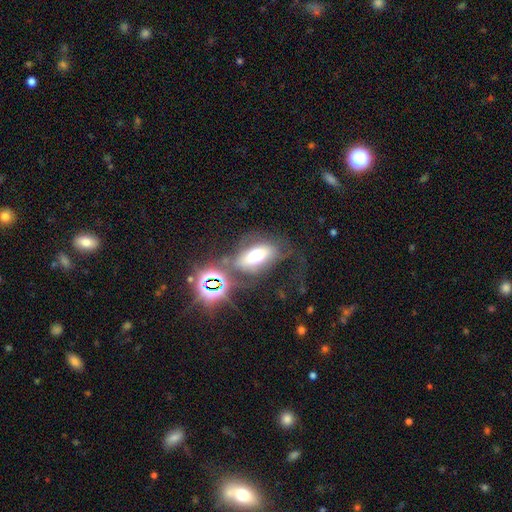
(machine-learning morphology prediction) type=smooth (49%); merging=none (48%).